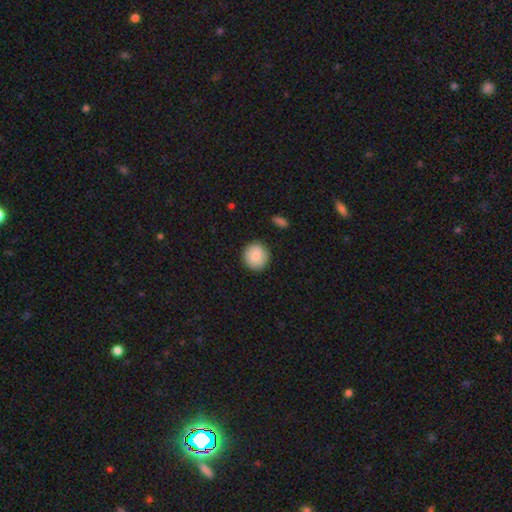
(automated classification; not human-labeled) This is clearly a smooth galaxy (86%). How rounded: clearly round (93%). Merging: clearly none (89%).